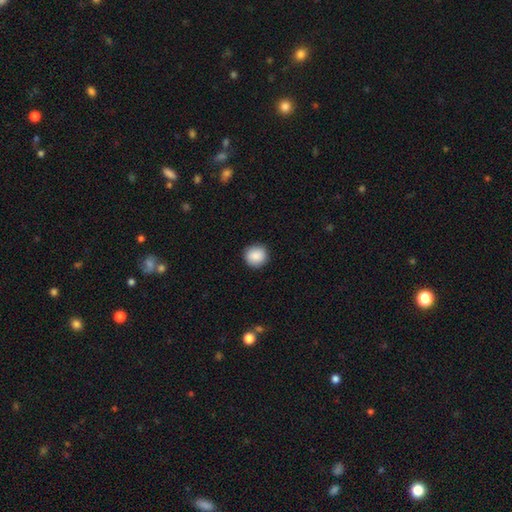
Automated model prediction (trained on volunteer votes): A smooth galaxy with no disk features (89%) that is round (93%).

Vote fractions:
- Smooth or featured? smooth: 89% / star or artifact: 7% / featured or disk: 3%
- How rounded? round: 93% / in between: 6% / cigar-shaped: 1%
- Merging? none: 92% / minor disturbance: 6% / major disturbance: 2% / merger: 1%